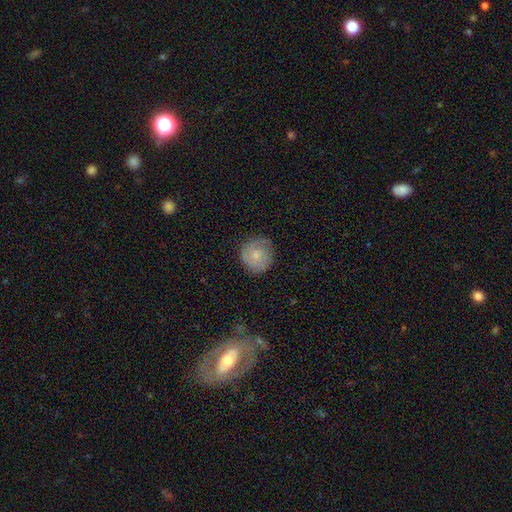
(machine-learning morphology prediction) smooth-or-featured: smooth: 70% | featured or disk: 23% | star or artifact: 7%
  how-rounded: round: 91% | in between: 8% | cigar-shaped: 1%
  merging: none: 76% | minor disturbance: 18% | major disturbance: 5% | merger: 1%